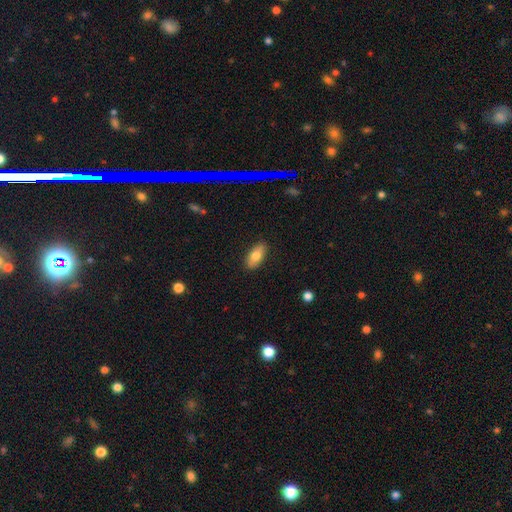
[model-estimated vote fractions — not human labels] Morphology: type=smooth (77%); roundness=in between (87%); merging=none (87%).